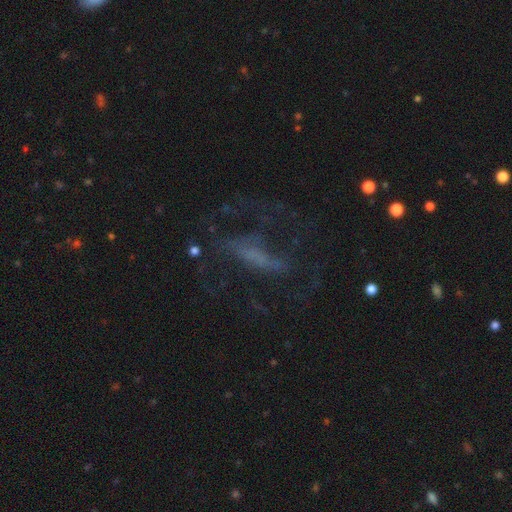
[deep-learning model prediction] smooth_or_featured: featured or disk (p=0.56) [alt: star or artifact p=0.23]
disk_edge_on: no (p=0.82) [alt: yes p=0.18]
merging: none (p=0.47) [alt: major disturbance p=0.33]